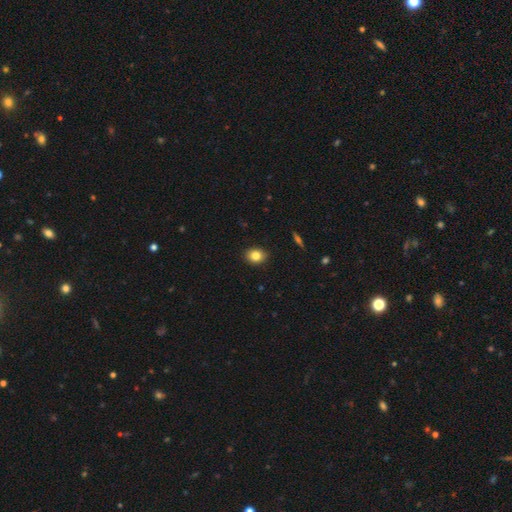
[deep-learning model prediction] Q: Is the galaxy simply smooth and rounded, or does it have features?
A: smooth — 83%.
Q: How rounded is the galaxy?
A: round — 51%.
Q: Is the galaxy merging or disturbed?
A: none — 90%.